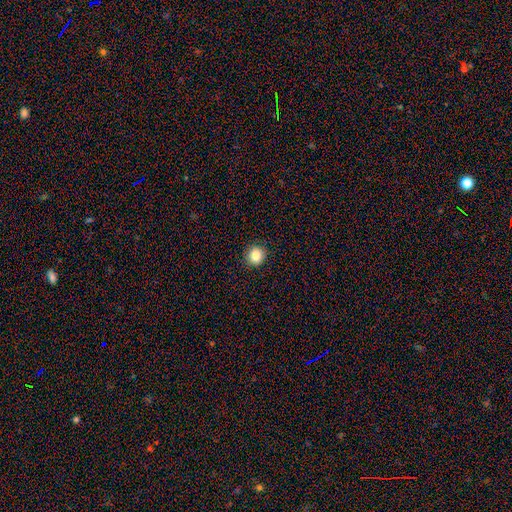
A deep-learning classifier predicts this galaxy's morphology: Smooth or featured?
  - smooth: 84% *
  - star or artifact: 10%
  - featured or disk: 5%
How rounded?
  - round: 89% *
  - in between: 10%
  - cigar-shaped: 1%
Merging?
  - none: 92% *
  - minor disturbance: 6%
  - major disturbance: 2%
  - merger: 1%